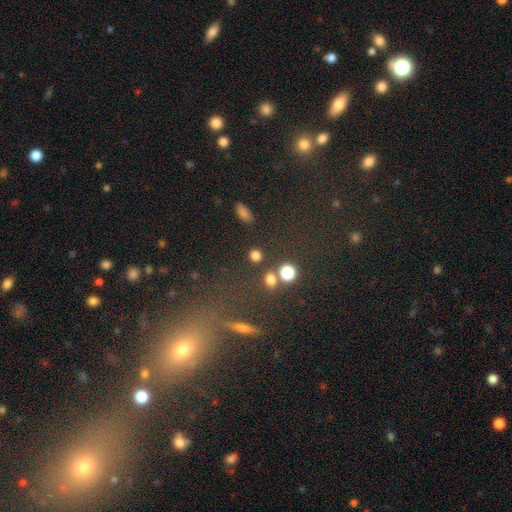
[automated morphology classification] Smooth or featured? smooth (78%)
How rounded? round (85%)
Merging? none (81%)